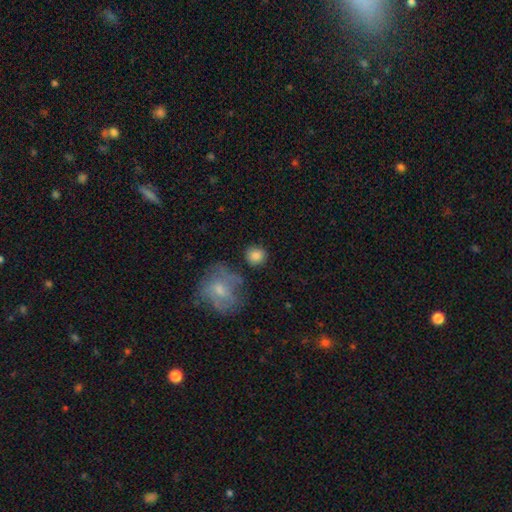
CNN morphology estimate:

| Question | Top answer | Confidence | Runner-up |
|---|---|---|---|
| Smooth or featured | smooth | 85% | star or artifact (8%) |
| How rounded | round | 86% | in between (12%) |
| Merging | none | 78% | minor disturbance (12%) |